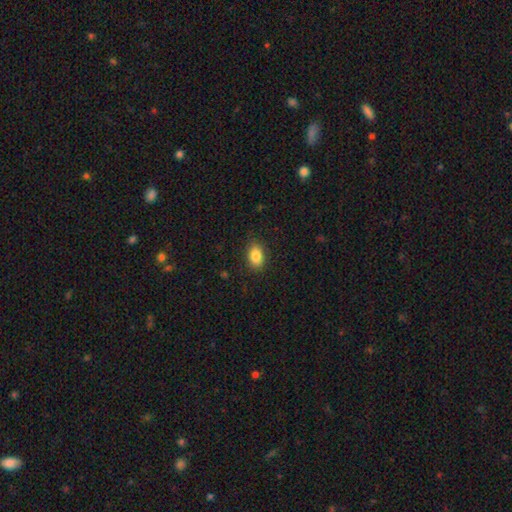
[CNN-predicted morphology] Smooth or featured: smooth — 86% (star or artifact — 8%)
How rounded: in between — 85% (round — 14%)
Merging: none — 84% (minor disturbance — 12%)